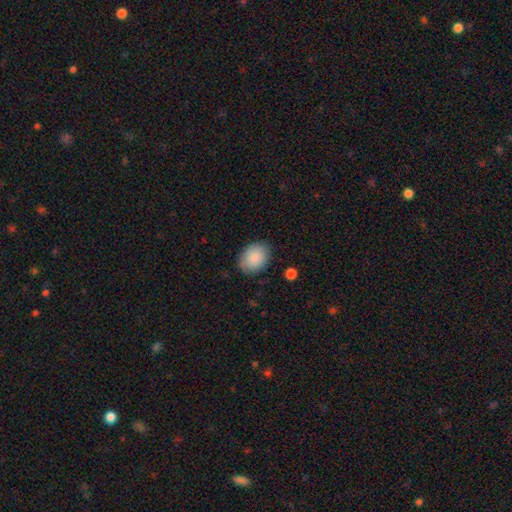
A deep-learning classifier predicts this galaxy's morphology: type=smooth (88%); roundness=in between (63%); merging=none (82%).